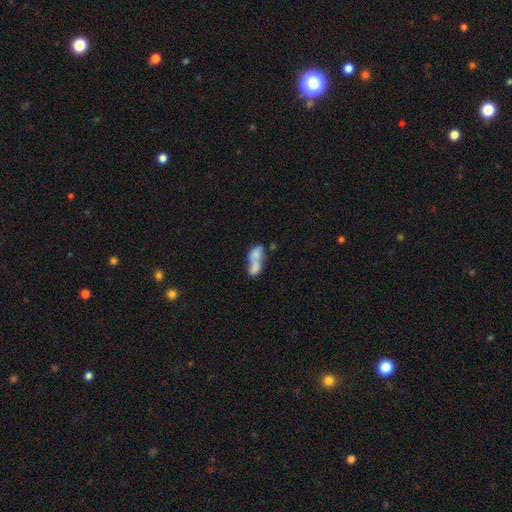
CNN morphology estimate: smooth-or-featured: smooth: 66% | featured or disk: 25% | star or artifact: 9%
  how-rounded: in between: 76% | cigar-shaped: 16% | round: 9%
  merging: merger: 66% | none: 17% | minor disturbance: 9% | major disturbance: 8%